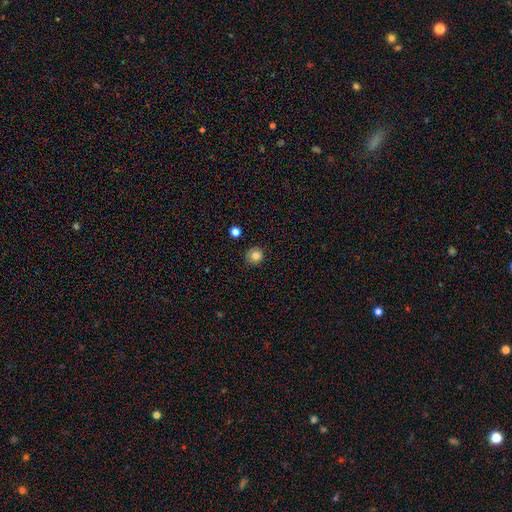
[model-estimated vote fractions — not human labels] Smooth or featured?
  - smooth: 81% *
  - star or artifact: 11%
  - featured or disk: 7%
How rounded?
  - round: 89% *
  - in between: 10%
  - cigar-shaped: 1%
Merging?
  - none: 84% *
  - minor disturbance: 12%
  - major disturbance: 2%
  - merger: 2%